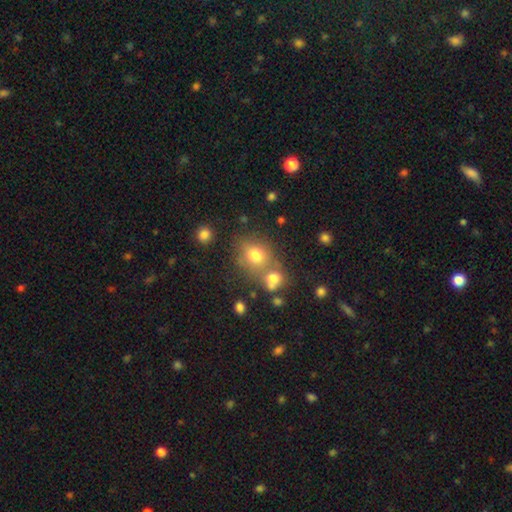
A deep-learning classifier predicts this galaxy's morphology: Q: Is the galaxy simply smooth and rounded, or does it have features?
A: smooth — 75%.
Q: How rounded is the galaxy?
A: round — 73%.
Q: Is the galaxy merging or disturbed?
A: none — 55%.